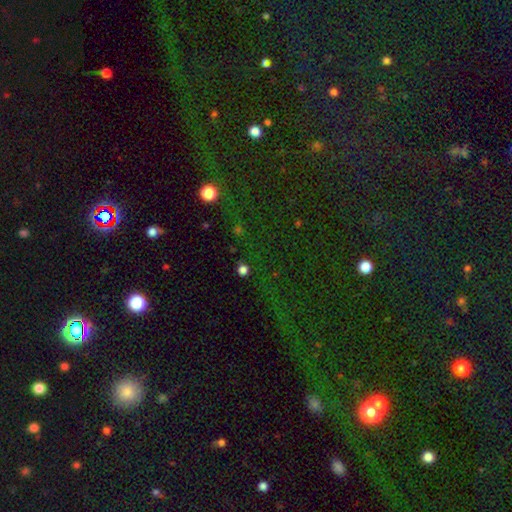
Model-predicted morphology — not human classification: Smooth or featured?
  - star or artifact: 71% *
  - smooth: 18%
  - featured or disk: 10%